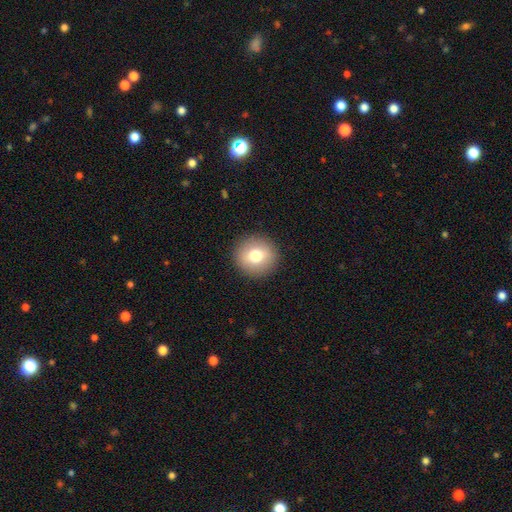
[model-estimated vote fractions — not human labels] smooth 75%, featured or disk 16%, star or artifact 9%. Down the decision tree: how rounded — round (93%); merging — none (92%).